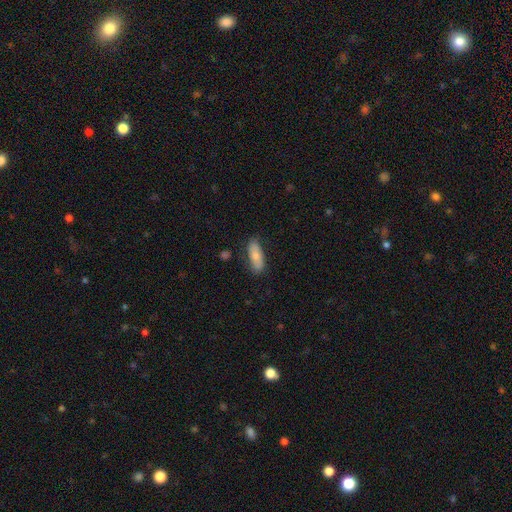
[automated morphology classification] Smooth or featured: smooth — 72% (featured or disk — 22%)
How rounded: in between — 74% (cigar-shaped — 24%)
Merging: none — 78% (minor disturbance — 17%)